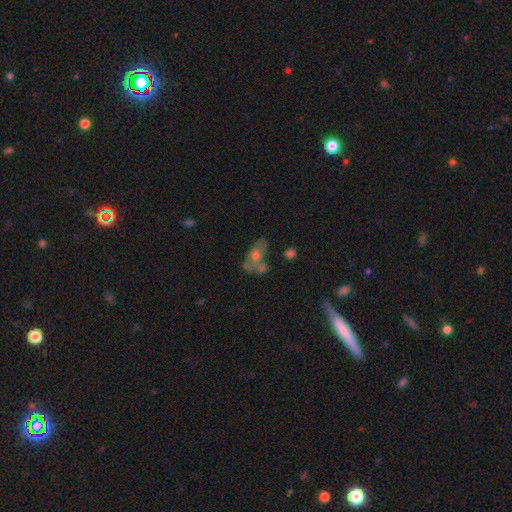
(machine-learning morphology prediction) featured or disk 45%, smooth 43%, star or artifact 12%. Down the decision tree: merging — none (39%).